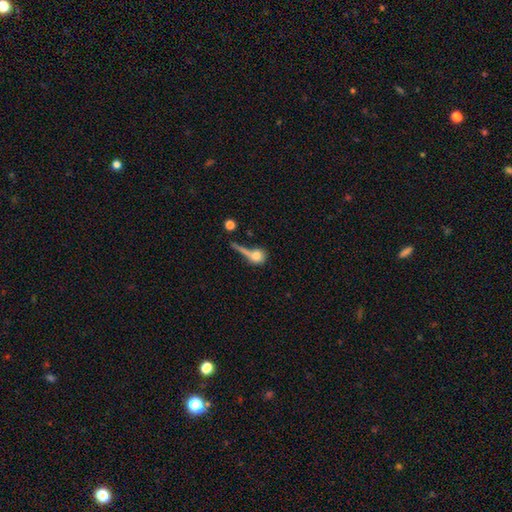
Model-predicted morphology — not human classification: Smooth or featured: smooth — 64% (featured or disk — 25%)
How rounded: round — 58% (in between — 29%)
Merging: none — 32% (major disturbance — 31%)